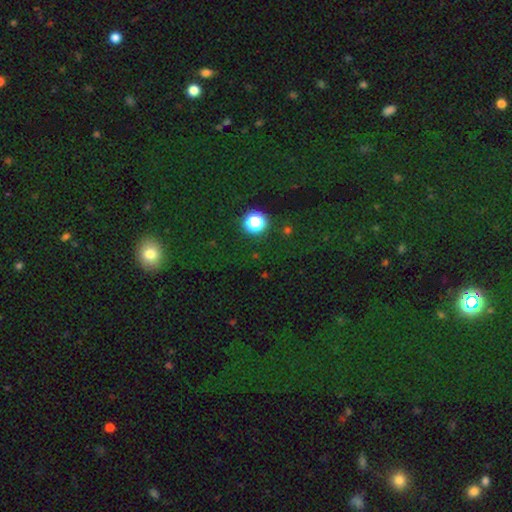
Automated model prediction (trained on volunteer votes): This appears to be a smooth galaxy with no disk features (50%). Merging: none (85%).